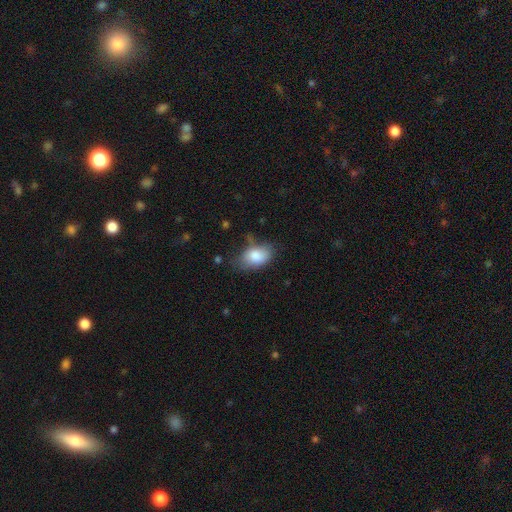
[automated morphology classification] Smooth or featured? smooth (84%)
How rounded? in between (90%)
Merging? none (60%)